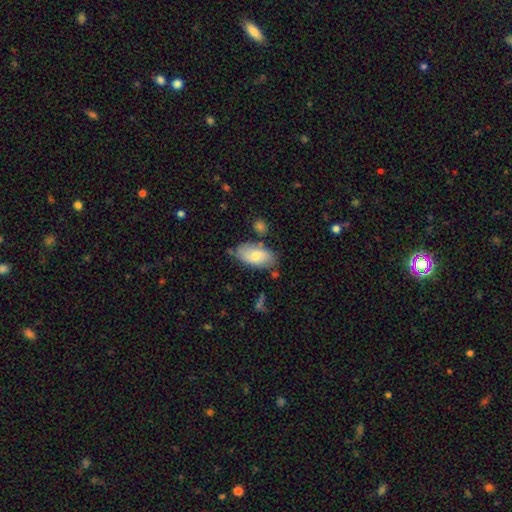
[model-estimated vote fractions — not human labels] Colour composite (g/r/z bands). It shows a smooth galaxy with no disk features (68%) that is in between round and cigar-shaped (93%). Merging: none (71%).